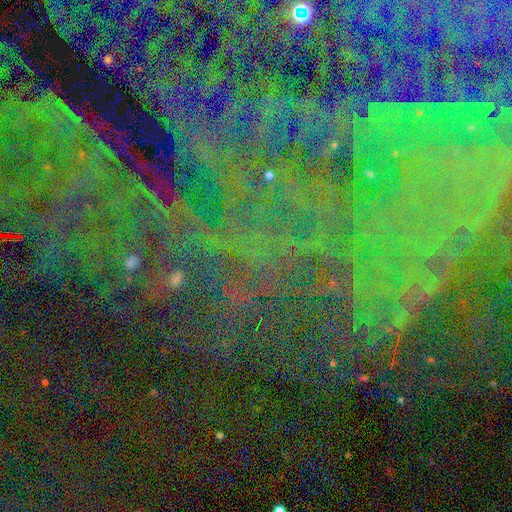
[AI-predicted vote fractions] Overall: star or artifact (83%).